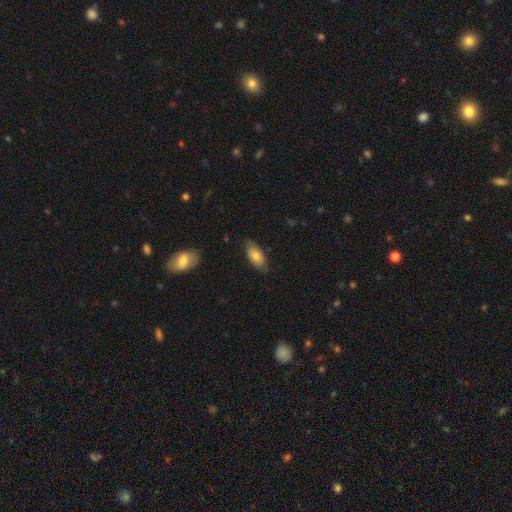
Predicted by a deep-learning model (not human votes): smooth-or-featured: smooth: 72% | featured or disk: 21% | star or artifact: 7%
  how-rounded: in between: 89% | cigar-shaped: 8% | round: 3%
  merging: none: 73% | minor disturbance: 22% | major disturbance: 4% | merger: 1%